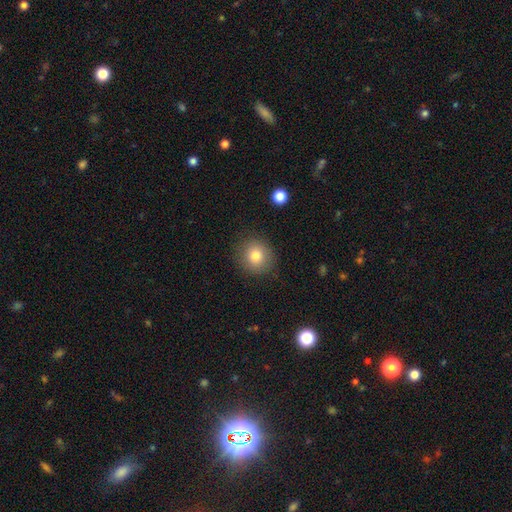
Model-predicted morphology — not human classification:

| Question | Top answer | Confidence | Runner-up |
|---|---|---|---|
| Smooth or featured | smooth | 80% | star or artifact (11%) |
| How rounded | round | 87% | in between (12%) |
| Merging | none | 86% | minor disturbance (9%) |